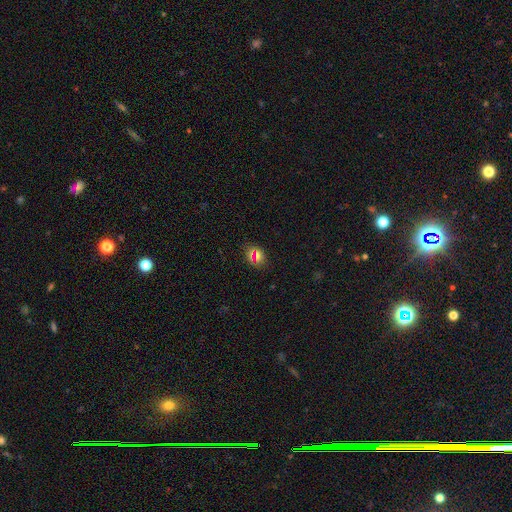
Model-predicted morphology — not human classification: Smooth or featured?
  - smooth: 60% *
  - star or artifact: 29%
  - featured or disk: 11%
How rounded?
  - round: 51% *
  - in between: 46%
  - cigar-shaped: 2%
Merging?
  - none: 82% *
  - minor disturbance: 11%
  - major disturbance: 4%
  - merger: 3%